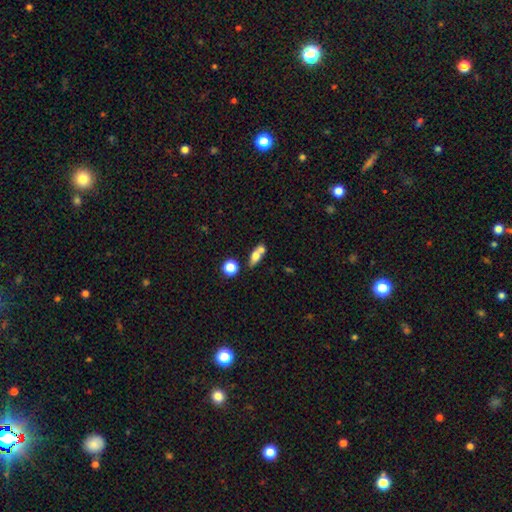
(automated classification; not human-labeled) Morphology: type=smooth (64%); roundness=in between (60%); merging=none (45%).